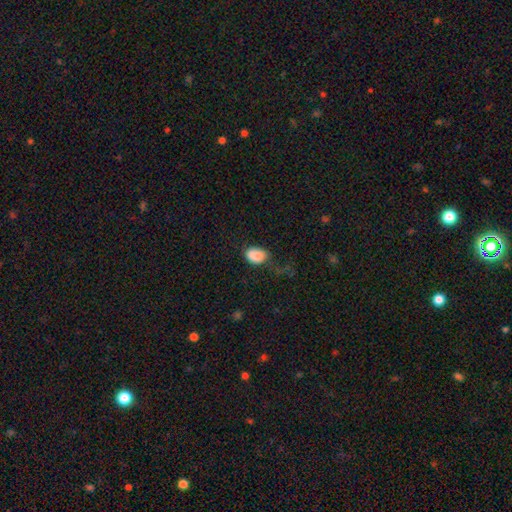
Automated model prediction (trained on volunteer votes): Morphology: type=smooth (85%); roundness=in between (81%); merging=none (46%).